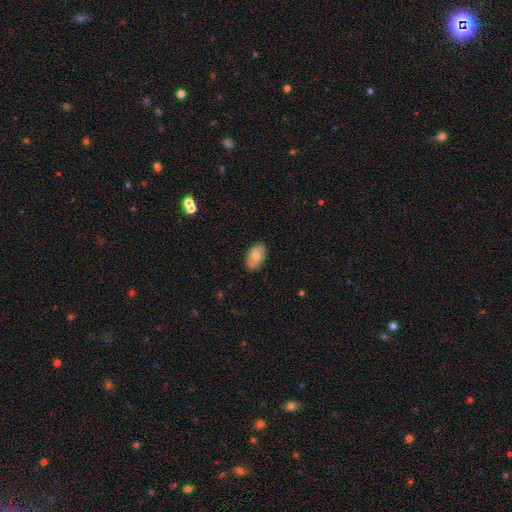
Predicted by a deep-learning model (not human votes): Morphology: type=smooth (70%); roundness=in between (91%); merging=none (86%).